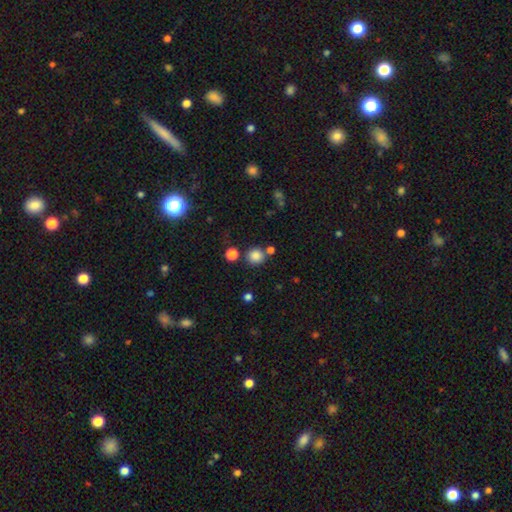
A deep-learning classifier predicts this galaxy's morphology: smooth 84%, star or artifact 12%, featured or disk 4%. Down the decision tree: how rounded — round (90%); merging — none (76%).